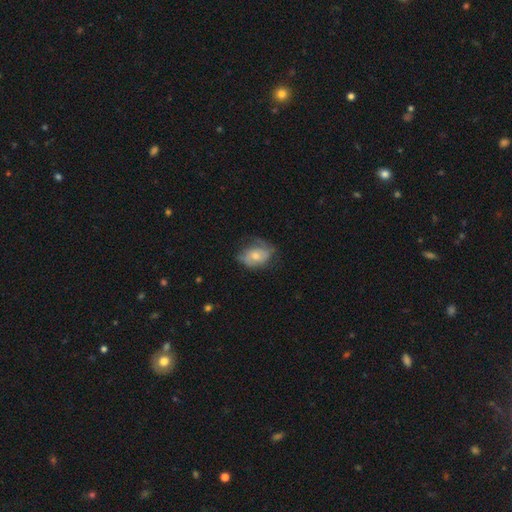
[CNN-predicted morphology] This is possibly a smooth galaxy (51%). How rounded: likely in between (70%). Merging: possibly none (50%).